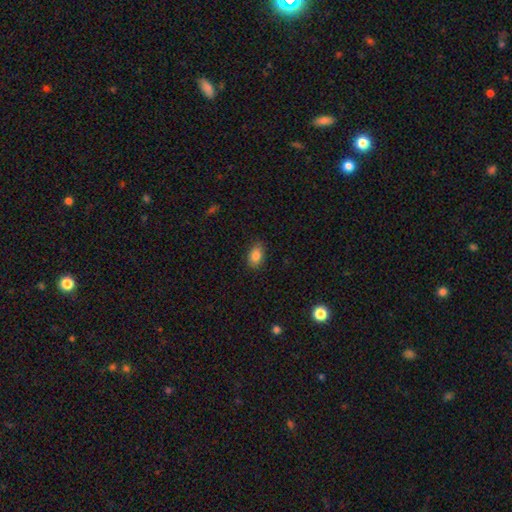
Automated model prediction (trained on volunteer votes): smooth_or_featured: smooth (p=0.84) [alt: star or artifact p=0.08]
how_rounded: in between (p=0.86) [alt: round p=0.12]
merging: none (p=0.84) [alt: minor disturbance p=0.12]